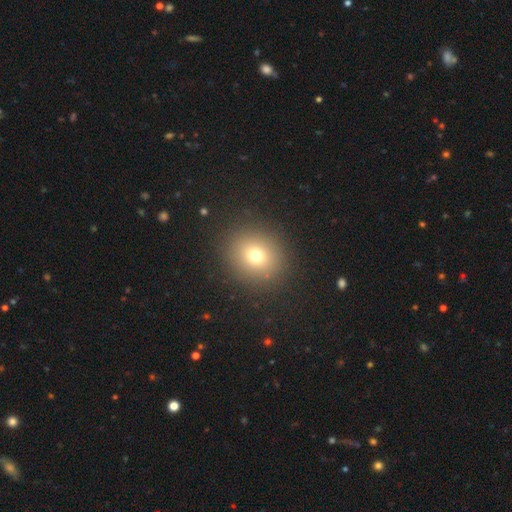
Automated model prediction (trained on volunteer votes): smooth 73%, star or artifact 16%, featured or disk 11%. Down the decision tree: how rounded — round (82%); merging — none (89%).